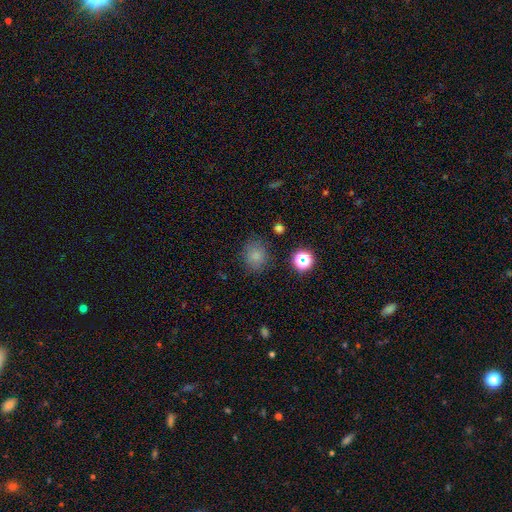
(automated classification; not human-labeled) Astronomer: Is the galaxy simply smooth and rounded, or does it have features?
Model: smooth — 78%.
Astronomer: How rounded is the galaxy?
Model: round — 68%.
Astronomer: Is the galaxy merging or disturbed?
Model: none — 79%.